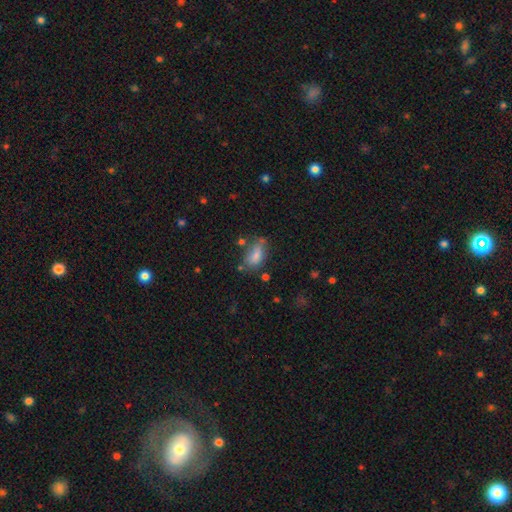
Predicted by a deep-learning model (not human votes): This is likely a smooth galaxy (79%). How rounded: clearly in between (88%). Merging: possibly none (57%).